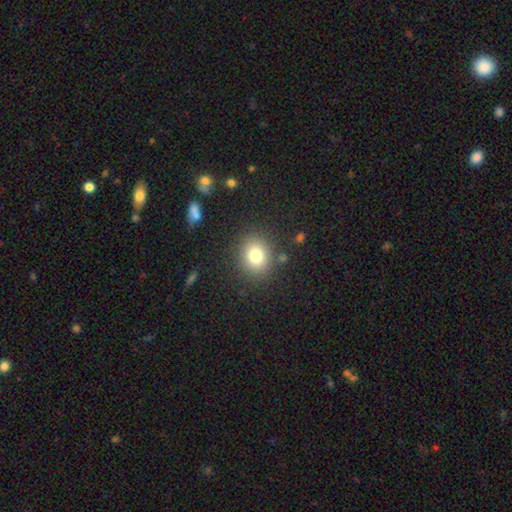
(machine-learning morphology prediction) Smooth or featured?
  - smooth: 78% *
  - star or artifact: 13%
  - featured or disk: 9%
How rounded?
  - round: 69% *
  - in between: 30%
  - cigar-shaped: 1%
Merging?
  - none: 86% *
  - minor disturbance: 9%
  - major disturbance: 4%
  - merger: 2%